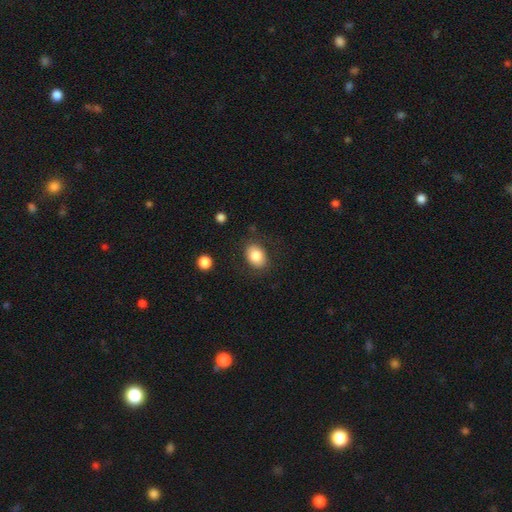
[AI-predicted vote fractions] smooth 83%, featured or disk 9%, star or artifact 8%. Down the decision tree: how rounded — in between (73%); merging — none (83%).